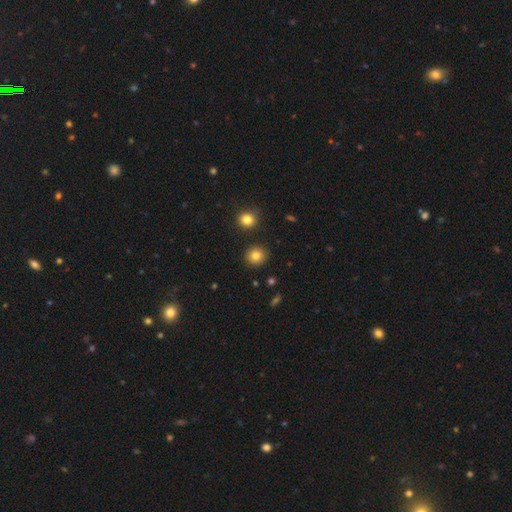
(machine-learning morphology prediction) Q: Smooth or featured?
A: smooth (82%); runner-up: star or artifact (11%)
Q: How rounded?
A: round (88%); runner-up: in between (11%)
Q: Merging?
A: none (90%); runner-up: minor disturbance (6%)